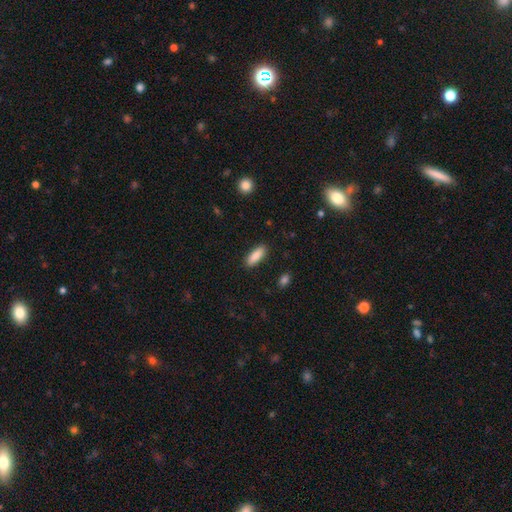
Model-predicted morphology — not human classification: Q: Smooth or featured?
A: smooth (87%); runner-up: star or artifact (6%)
Q: How rounded?
A: in between (64%); runner-up: cigar-shaped (35%)
Q: Merging?
A: none (89%); runner-up: minor disturbance (8%)